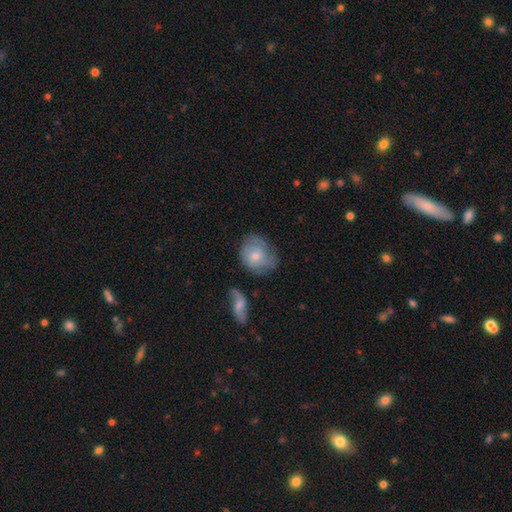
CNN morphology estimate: The model was most divided on "how rounded": round: 58%, in between: 41%, cigar-shaped: 1%. More confident: smooth or featured — smooth (60%); merging — none (51%).